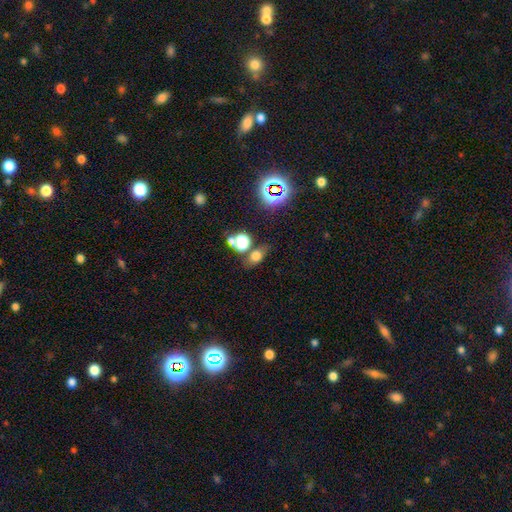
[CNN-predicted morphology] Smooth or featured: smooth — 63% (star or artifact — 24%)
How rounded: in between — 63% (round — 32%)
Merging: none — 64% (merger — 15%)